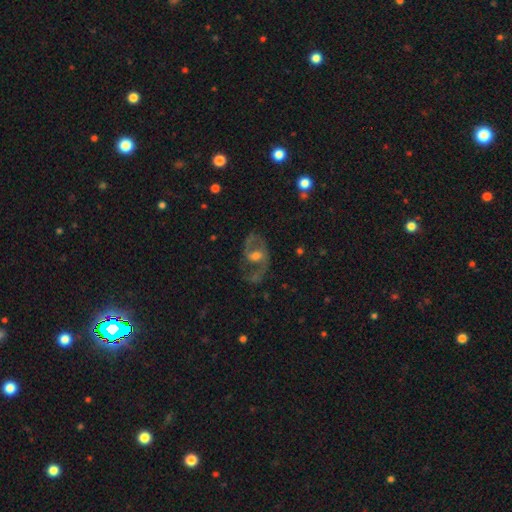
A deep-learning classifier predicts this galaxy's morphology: featured or disk 81%, star or artifact 10%, smooth 9%. Down the decision tree: edge-on disk — no (97%); bar — weak (43%); spiral arms — yes (89%); spiral arm count — 2 (86%); spiral winding — medium (54%); bulge size — moderate (61%); merging — none (71%).